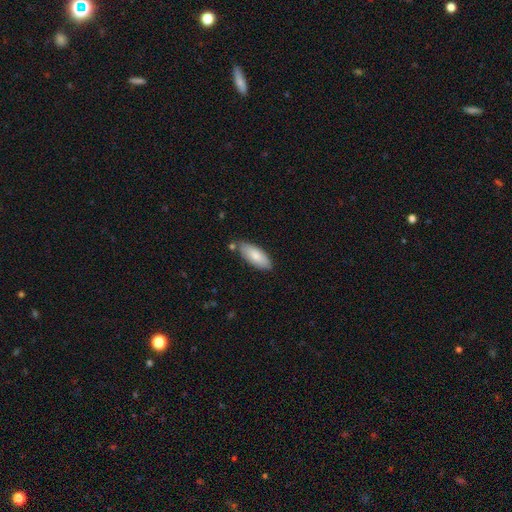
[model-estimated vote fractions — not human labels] smooth 80%, featured or disk 14%, star or artifact 6%. Down the decision tree: how rounded — in between (81%); merging — none (75%).